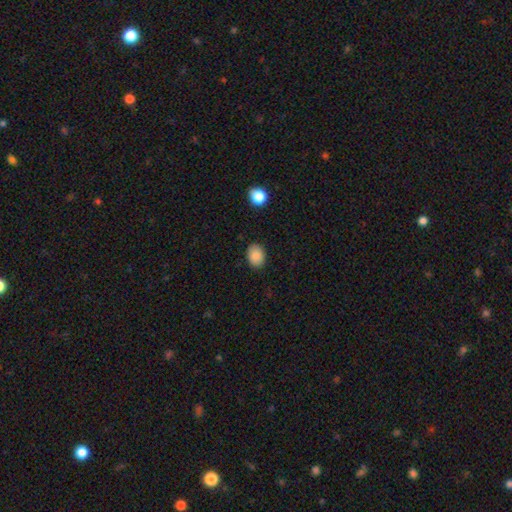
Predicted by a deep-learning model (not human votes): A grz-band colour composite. It shows a smooth galaxy with no disk features (87%) that is in between round and cigar-shaped (69%). Merging: none (87%).